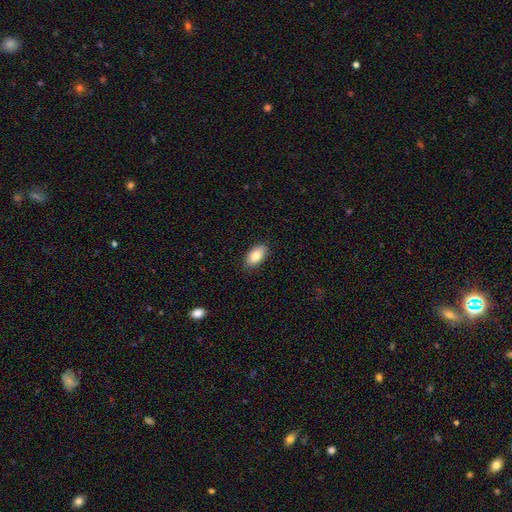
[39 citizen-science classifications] smooth 85%, featured or disk 8%, star or artifact 8%. Down the decision tree: how rounded — in between (91%); merging — none (81%).